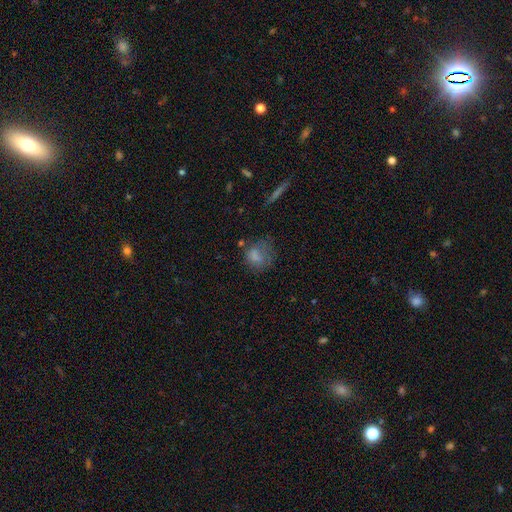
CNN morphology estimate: Smooth or featured? smooth (72%)
How rounded? round (59%)
Merging? none (44%)